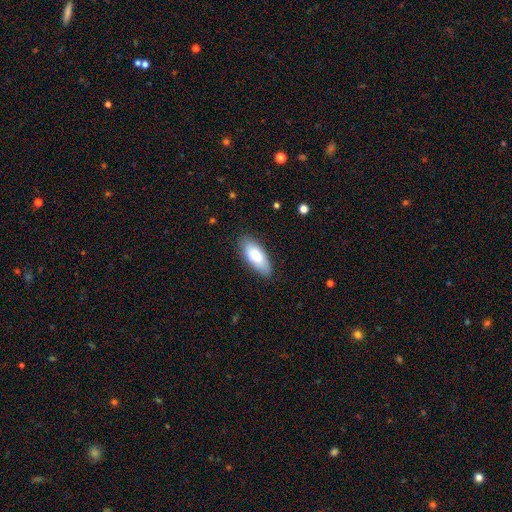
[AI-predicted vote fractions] Smooth or featured?
  - smooth: 77% *
  - featured or disk: 17%
  - star or artifact: 6%
How rounded?
  - in between: 85% *
  - cigar-shaped: 13%
  - round: 2%
Merging?
  - none: 83% *
  - minor disturbance: 13%
  - major disturbance: 3%
  - merger: 1%